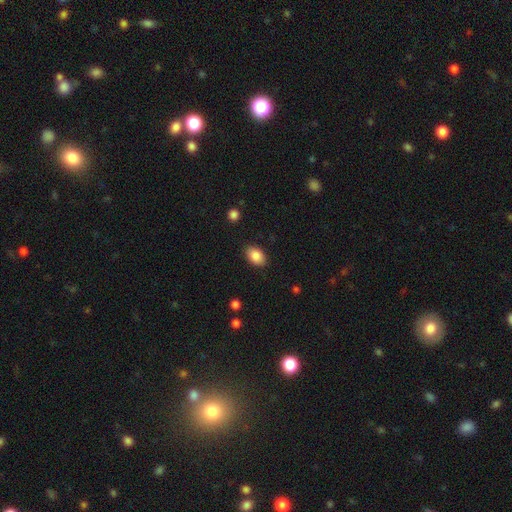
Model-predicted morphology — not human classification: Smooth or featured?
  - smooth: 87% *
  - star or artifact: 8%
  - featured or disk: 6%
How rounded?
  - in between: 87% *
  - round: 12%
  - cigar-shaped: 1%
Merging?
  - none: 87% *
  - minor disturbance: 9%
  - major disturbance: 2%
  - merger: 1%